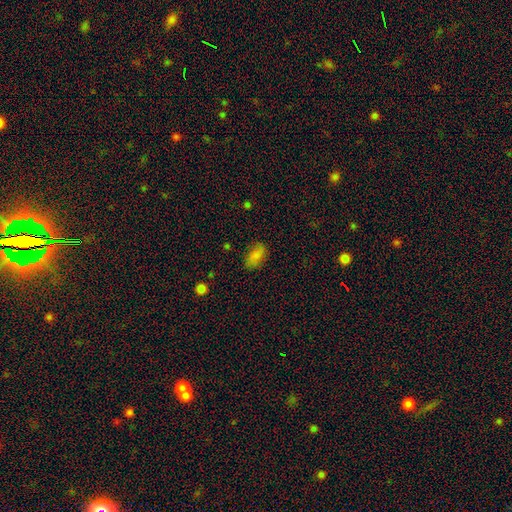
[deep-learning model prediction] smooth 82%, star or artifact 11%, featured or disk 7%. Down the decision tree: how rounded — in between (92%); merging — none (78%).